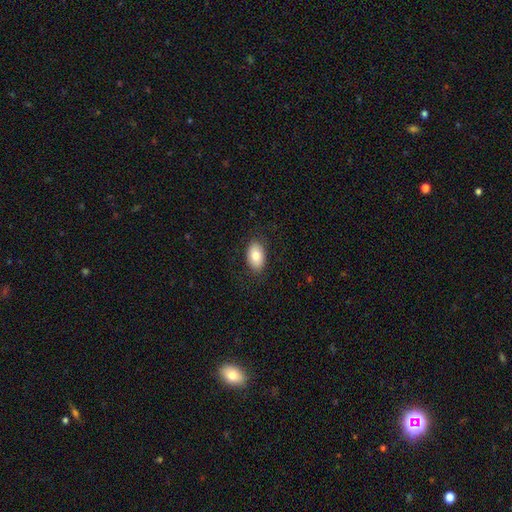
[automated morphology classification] type=smooth (83%); roundness=in between (91%); merging=none (85%).